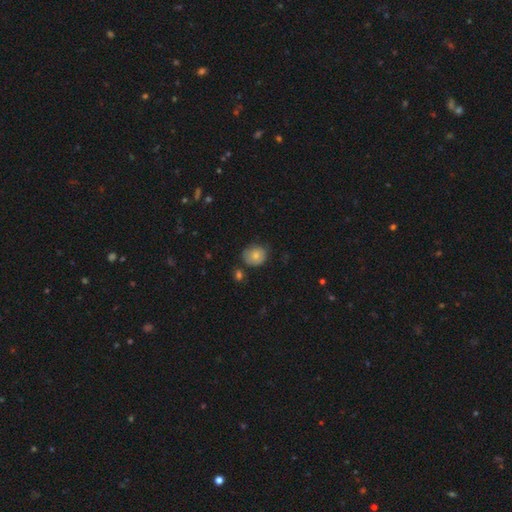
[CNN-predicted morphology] Smooth or featured?
  - smooth: 76% *
  - featured or disk: 16%
  - star or artifact: 8%
How rounded?
  - round: 66% *
  - in between: 33%
  - cigar-shaped: 1%
Merging?
  - none: 64% *
  - minor disturbance: 27%
  - major disturbance: 6%
  - merger: 4%